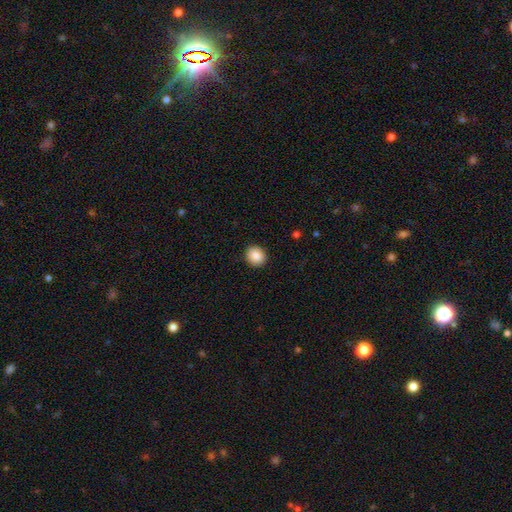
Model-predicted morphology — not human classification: Smooth or featured? smooth (88%)
How rounded? round (76%)
Merging? none (91%)